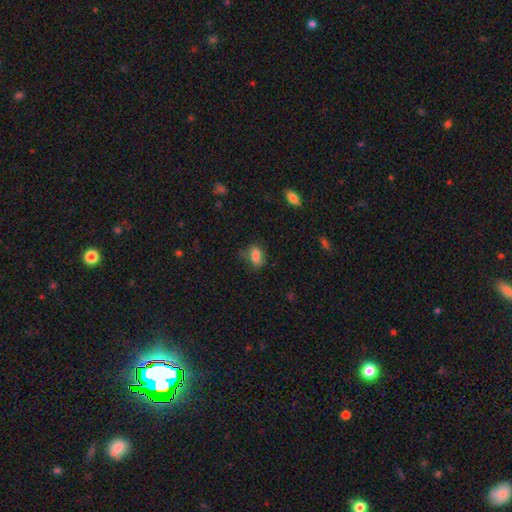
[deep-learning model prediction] smooth_or_featured: smooth (p=0.81) [alt: featured or disk p=0.10]
how_rounded: in between (p=0.83) [alt: round p=0.13]
merging: none (p=0.64) [alt: minor disturbance p=0.26]